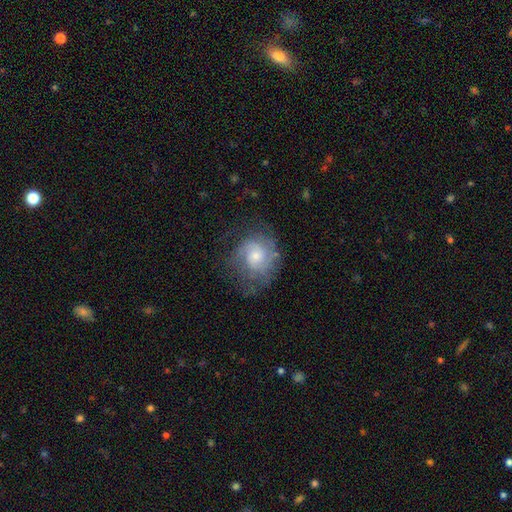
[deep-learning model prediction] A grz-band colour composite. It shows a featured or disk galaxy (61%) with no bar (74%), spiral arms (81%) and a small central bulge (45%, tied with moderate). Merging: none (59%).